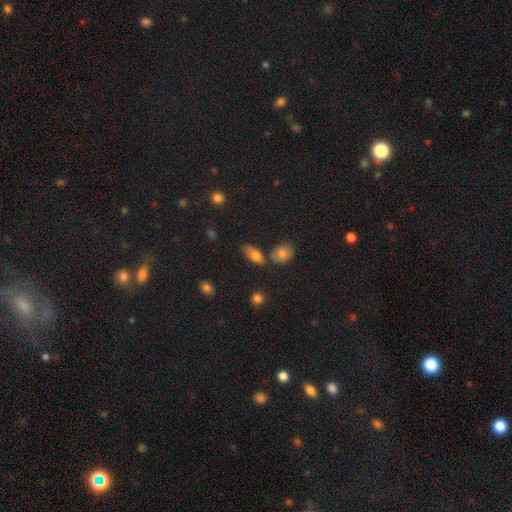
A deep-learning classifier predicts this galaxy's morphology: smooth-or-featured: smooth: 75% | featured or disk: 16% | star or artifact: 9%
  how-rounded: in between: 82% | cigar-shaped: 13% | round: 5%
  merging: none: 63% | minor disturbance: 16% | merger: 16% | major disturbance: 5%